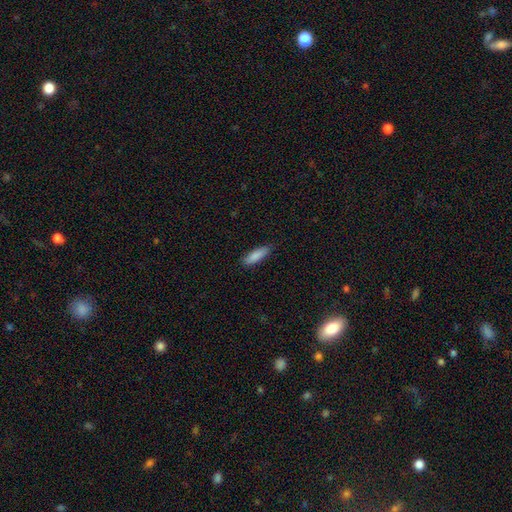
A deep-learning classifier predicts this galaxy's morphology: smooth-or-featured: smooth: 87% | featured or disk: 7% | star or artifact: 6%
  how-rounded: cigar-shaped: 59% | in between: 40% | round: 1%
  merging: none: 85% | minor disturbance: 12% | major disturbance: 2% | merger: 1%